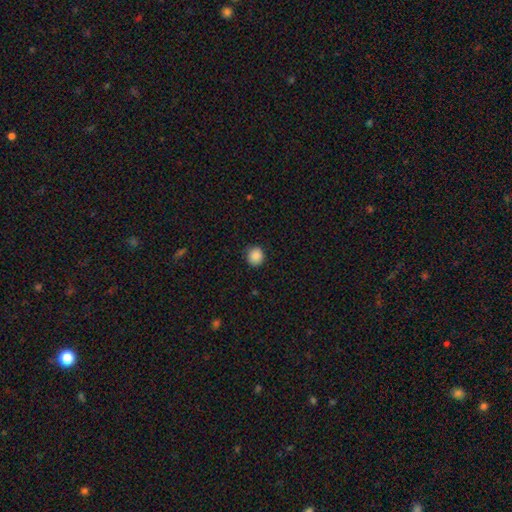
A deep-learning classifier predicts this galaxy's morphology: A smooth galaxy with no disk features (88%) that is round (89%). Merging: none (89%).